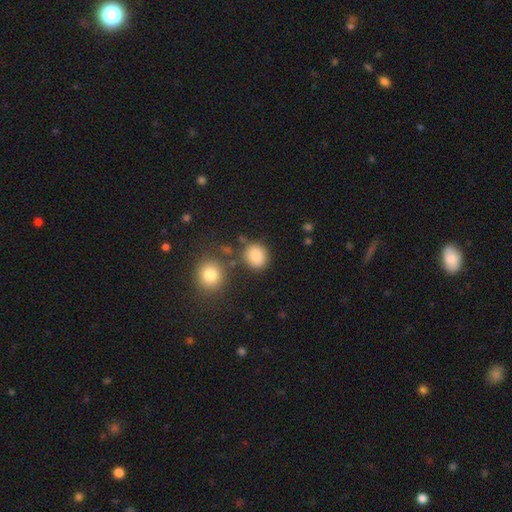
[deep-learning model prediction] This appears to be a smooth galaxy with no disk features (86%) that is round (73%). Merging: none (76%).